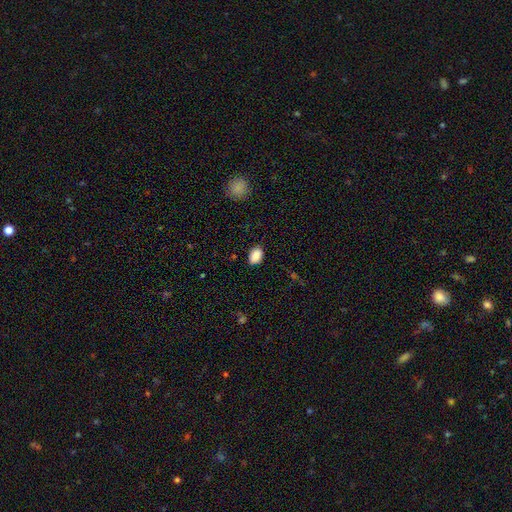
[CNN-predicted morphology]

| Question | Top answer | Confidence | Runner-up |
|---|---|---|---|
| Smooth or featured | smooth | 88% | star or artifact (8%) |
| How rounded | in between | 85% | round (14%) |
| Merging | none | 84% | minor disturbance (12%) |